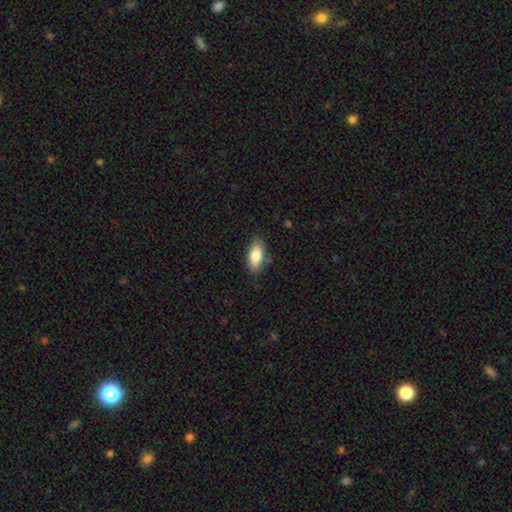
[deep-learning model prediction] A smooth galaxy with no disk features (81%) that is in between round and cigar-shaped (86%). Merging: none (80%).